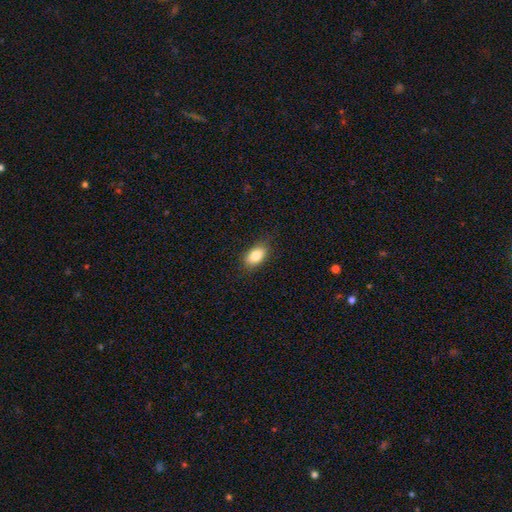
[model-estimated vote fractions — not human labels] A smooth galaxy with no disk features (83%) that is in between round and cigar-shaped (89%). Merging: none (84%).